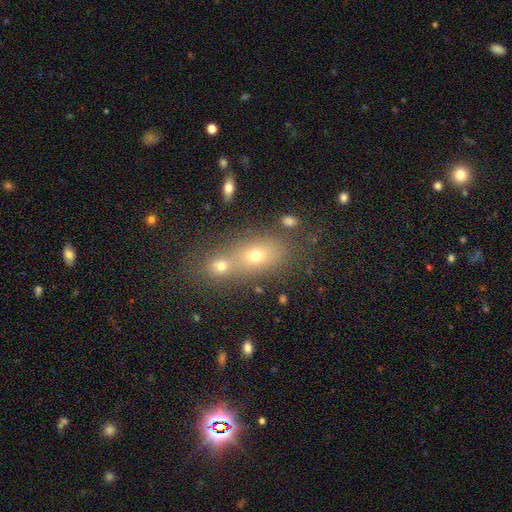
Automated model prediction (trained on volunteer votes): A smooth galaxy with no disk features (65%) that is in between round and cigar-shaped (71%).

Vote fractions:
- Smooth or featured? smooth: 65% / featured or disk: 19% / star or artifact: 17%
- How rounded? in between: 71% / round: 26% / cigar-shaped: 4%
- Merging? merger: 45% / none: 41% / minor disturbance: 9% / major disturbance: 4%